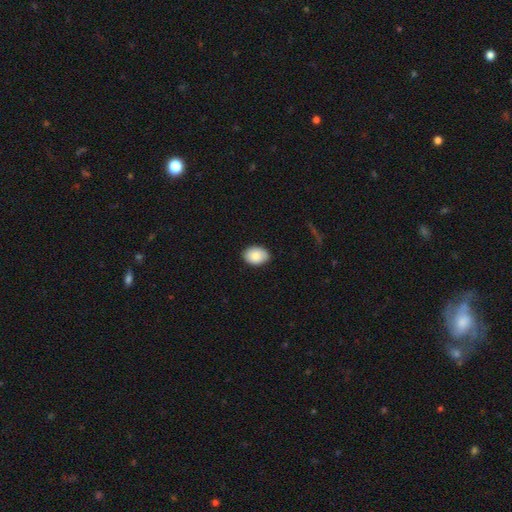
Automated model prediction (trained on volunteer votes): Smooth or featured: smooth — 86% (featured or disk — 7%)
How rounded: in between — 76% (round — 23%)
Merging: none — 85% (minor disturbance — 12%)